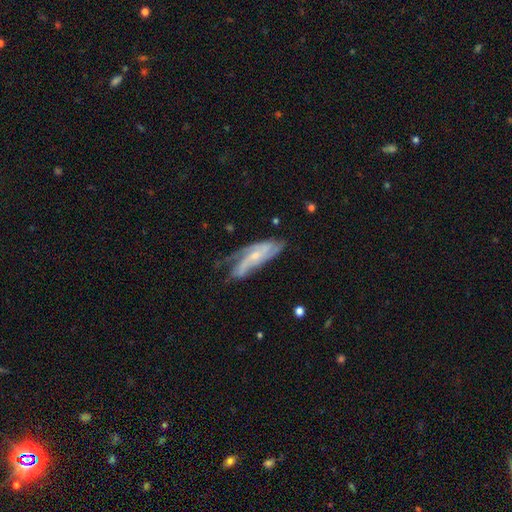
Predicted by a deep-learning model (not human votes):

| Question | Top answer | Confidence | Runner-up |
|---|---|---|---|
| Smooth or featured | featured or disk | 78% | smooth (15%) |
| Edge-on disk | no | 86% | yes (14%) |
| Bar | no | 58% | weak (29%) |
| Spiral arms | yes | 93% | no (7%) |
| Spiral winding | medium | 44% | tight (33%) |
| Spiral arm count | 2 | 40% | 3 (25%) |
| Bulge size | small | 70% | moderate (24%) |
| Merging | none | 53% | minor disturbance (28%) |